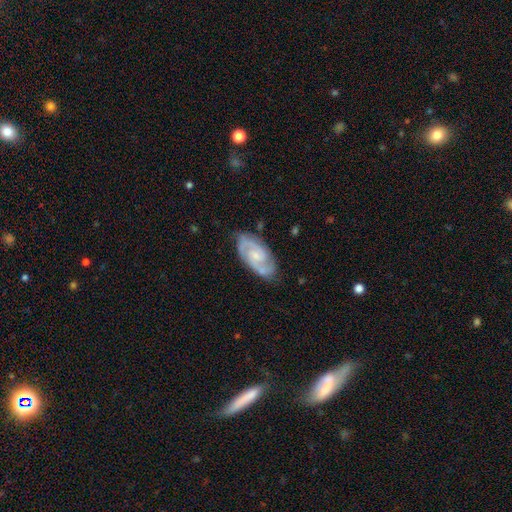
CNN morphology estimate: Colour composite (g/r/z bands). It shows a featured or disk galaxy (85%) with no bar (53%), 2 (83%) medium (46%) spiral arms (97%) and a small central bulge (57%). Merging: none (79%).